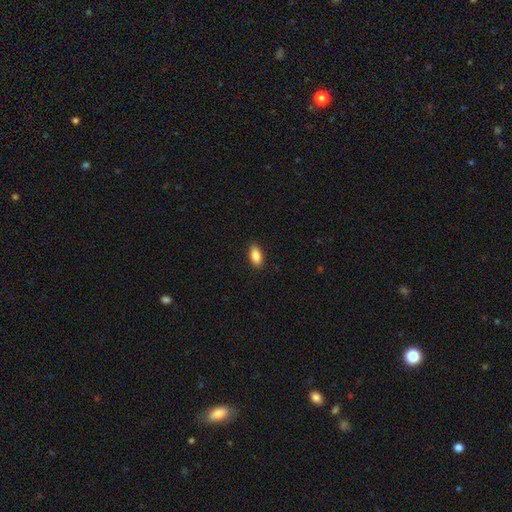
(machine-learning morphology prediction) The model was most divided on "merging": none: 88%, minor disturbance: 9%, major disturbance: 2%, merger: 1%. More confident: how rounded — in between (91%); smooth or featured — smooth (87%).